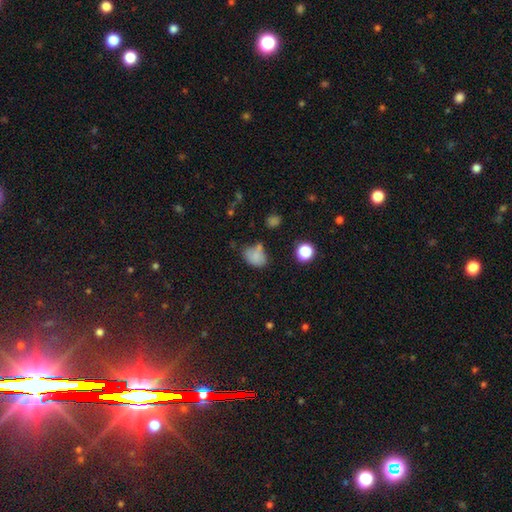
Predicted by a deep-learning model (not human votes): smooth-or-featured: smooth: 76% | star or artifact: 14% | featured or disk: 11%
  how-rounded: in between: 73% | round: 26% | cigar-shaped: 1%
  merging: none: 47% | minor disturbance: 27% | merger: 15% | major disturbance: 10%